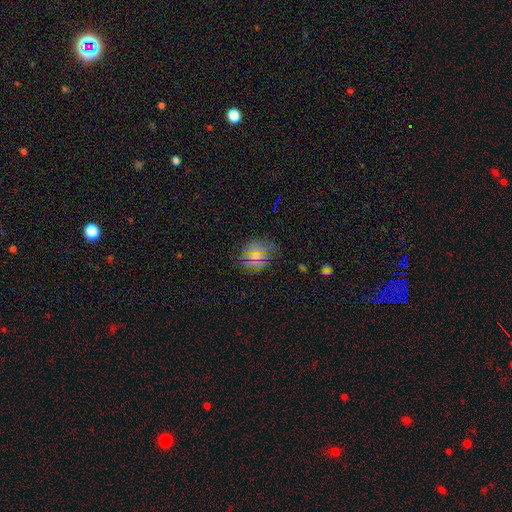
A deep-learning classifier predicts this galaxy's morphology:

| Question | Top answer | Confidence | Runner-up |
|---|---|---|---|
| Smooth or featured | smooth | 50% | star or artifact (36%) |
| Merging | none | 82% | minor disturbance (12%) |